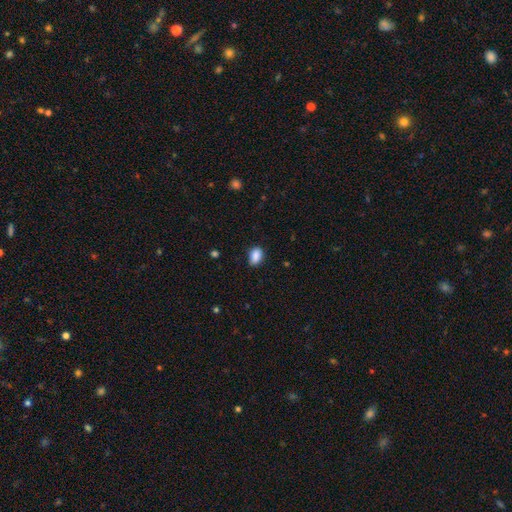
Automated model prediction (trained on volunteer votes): Smooth or featured? Predicted: smooth (p=0.88). How rounded? Predicted: in between (p=0.85). Merging? Predicted: none (p=0.79).